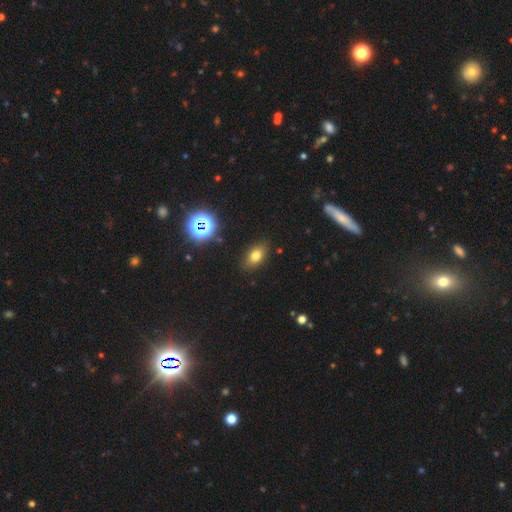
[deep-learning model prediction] A smooth galaxy with no disk features (72%) that is in between round and cigar-shaped (82%). Merging: none (86%).